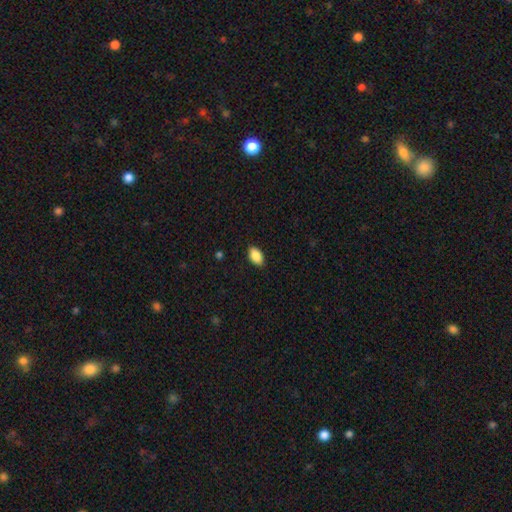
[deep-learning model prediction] The model was most divided on "merging": none: 87%, minor disturbance: 10%, major disturbance: 2%, merger: 1%. More confident: how rounded — in between (92%); smooth or featured — smooth (89%).